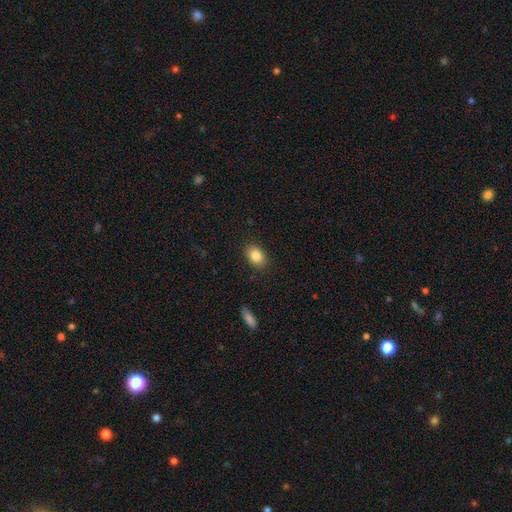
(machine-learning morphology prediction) smooth 84%, star or artifact 9%, featured or disk 7%. Down the decision tree: how rounded — in between (76%); merging — none (88%).